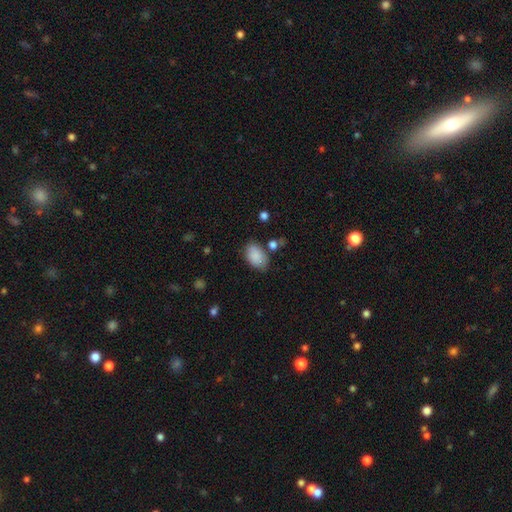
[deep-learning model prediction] Smooth or featured?
  - smooth: 87% *
  - star or artifact: 7%
  - featured or disk: 6%
How rounded?
  - in between: 89% *
  - round: 9%
  - cigar-shaped: 1%
Merging?
  - none: 71% *
  - minor disturbance: 19%
  - merger: 5%
  - major disturbance: 5%